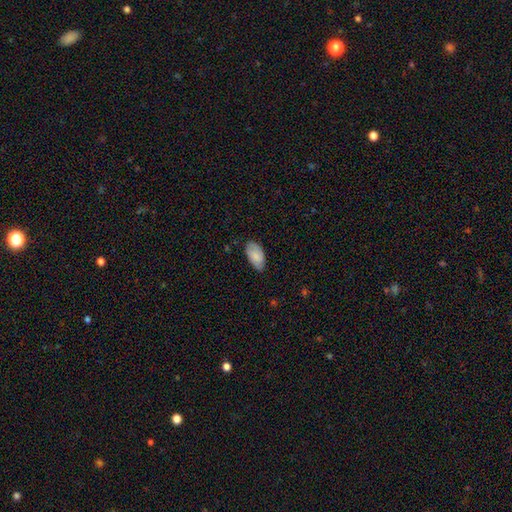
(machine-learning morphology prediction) The model was most divided on "merging": none: 72%, minor disturbance: 23%, major disturbance: 3%, merger: 1%. More confident: how rounded — in between (95%); smooth or featured — smooth (82%).